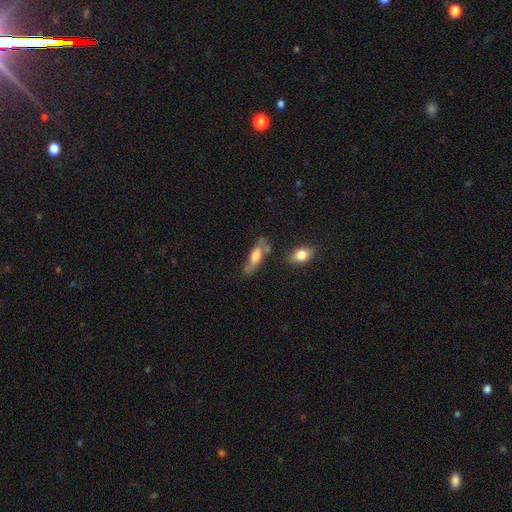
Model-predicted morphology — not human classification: Q: Smooth or featured?
A: smooth (52%); runner-up: featured or disk (41%)
Q: How rounded?
A: in between (49%); runner-up: cigar-shaped (48%)
Q: Merging?
A: none (61%); runner-up: minor disturbance (22%)